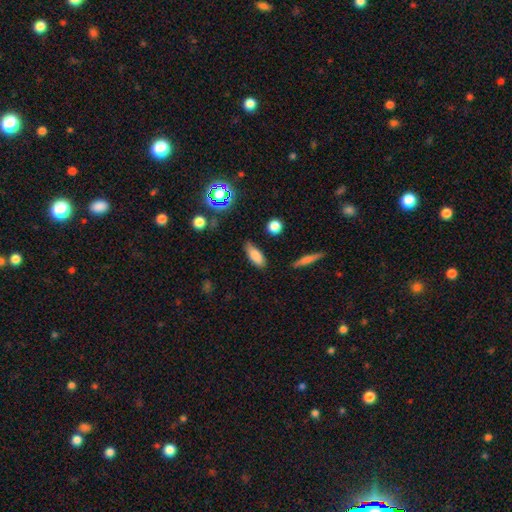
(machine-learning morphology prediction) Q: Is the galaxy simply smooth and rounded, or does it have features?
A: smooth — 81%.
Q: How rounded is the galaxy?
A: in between — 73%.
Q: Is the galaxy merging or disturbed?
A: none — 80%.